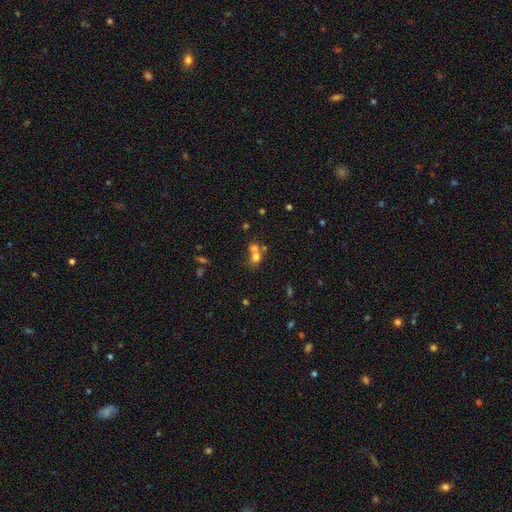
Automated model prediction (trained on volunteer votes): Overall: smooth (66%). How rounded: round (64%; in between 34%). Merging: merger (58%; none 30%).